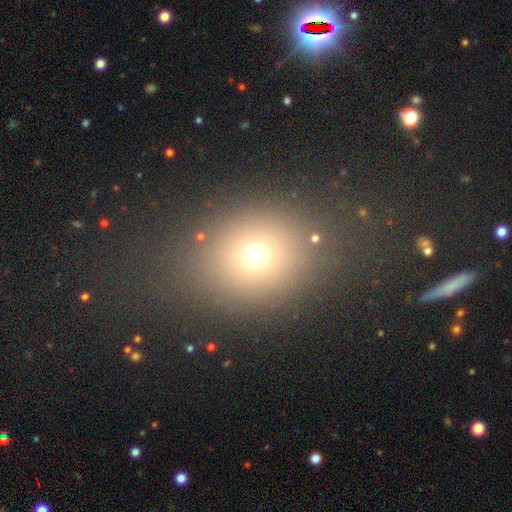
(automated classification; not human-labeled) Smooth or featured: smooth — 68% (star or artifact — 22%)
How rounded: round — 59% (in between — 39%)
Merging: none — 79% (minor disturbance — 10%)